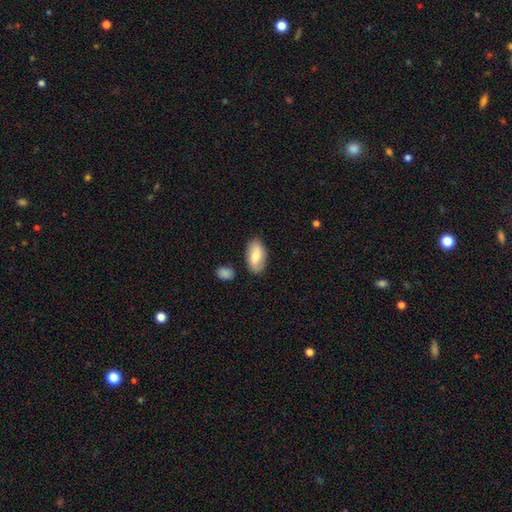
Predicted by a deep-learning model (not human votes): smooth 72%, featured or disk 22%, star or artifact 6%. Down the decision tree: how rounded — in between (93%); merging — none (81%).